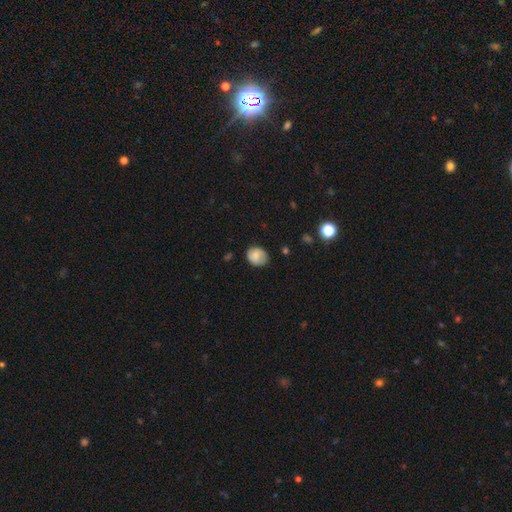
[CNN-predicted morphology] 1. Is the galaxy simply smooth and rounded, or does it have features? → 78% smooth, 14% featured or disk, 8% star or artifact.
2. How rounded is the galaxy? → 62% round, 37% in between, 1% cigar-shaped.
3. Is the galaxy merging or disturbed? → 73% none, 21% minor disturbance, 4% major disturbance, 1% merger.